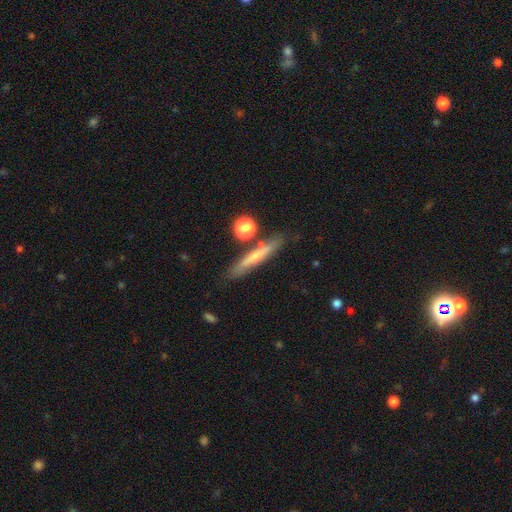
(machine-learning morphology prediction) This appears to be a featured or disk galaxy (46%, tied with smooth). Merging: none (78%).